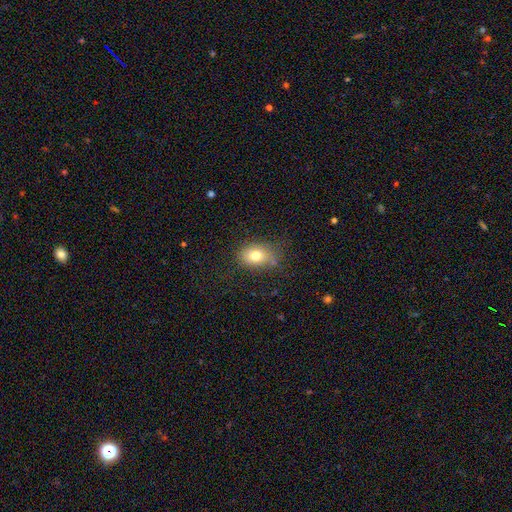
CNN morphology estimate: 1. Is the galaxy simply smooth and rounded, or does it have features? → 77% smooth, 12% featured or disk, 11% star or artifact.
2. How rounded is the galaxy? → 73% in between, 26% round, 1% cigar-shaped.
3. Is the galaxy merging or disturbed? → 69% none, 22% minor disturbance, 7% major disturbance, 3% merger.